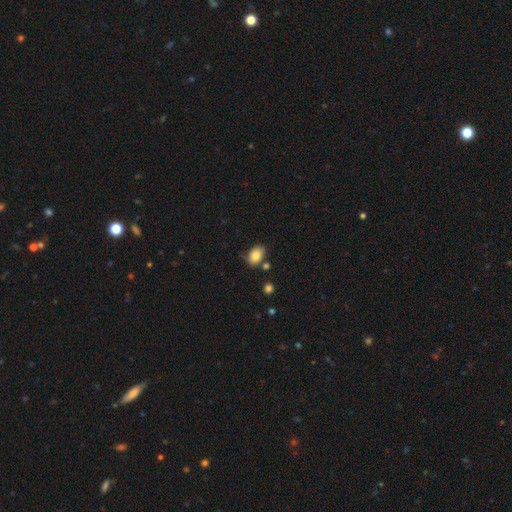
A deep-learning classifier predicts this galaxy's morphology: type=smooth (83%); roundness=in between (81%); merging=none (68%).